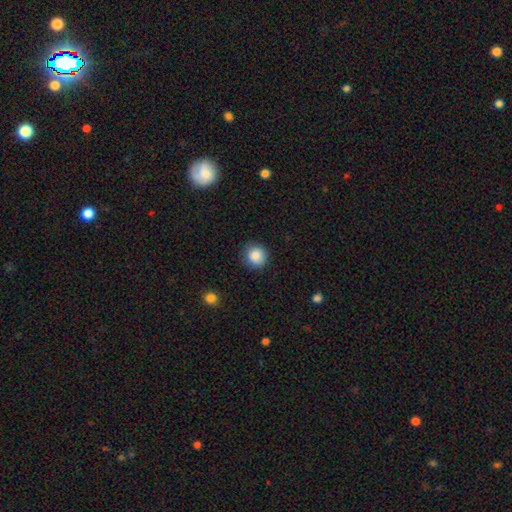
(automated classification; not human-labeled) A smooth galaxy with no disk features (87%) that is round (90%).

Vote fractions:
- Smooth or featured? smooth: 87% / star or artifact: 9% / featured or disk: 4%
- How rounded? round: 90% / in between: 9% / cigar-shaped: 1%
- Merging? none: 87% / minor disturbance: 10% / major disturbance: 2% / merger: 1%